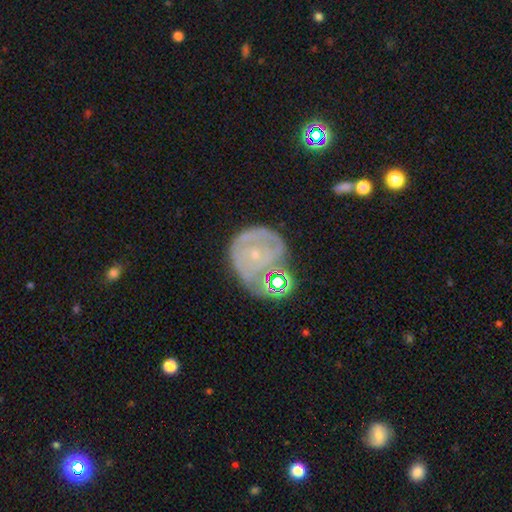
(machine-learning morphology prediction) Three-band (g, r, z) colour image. It shows a featured or disk galaxy (64%) with no bar (78%), spiral arms (64%) and a small central bulge (81%). Merging: none (57%).